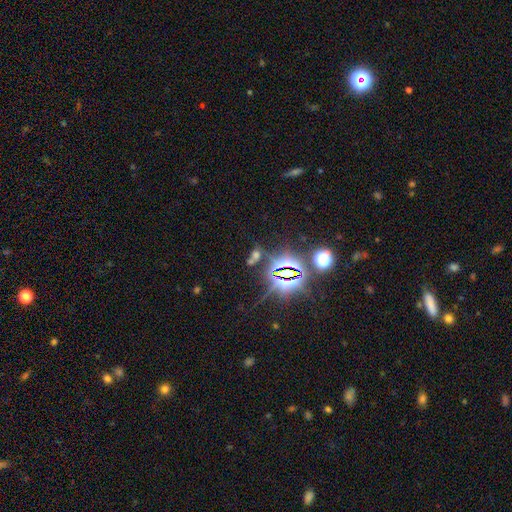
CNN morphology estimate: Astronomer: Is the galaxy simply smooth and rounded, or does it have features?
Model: star or artifact — 58%.